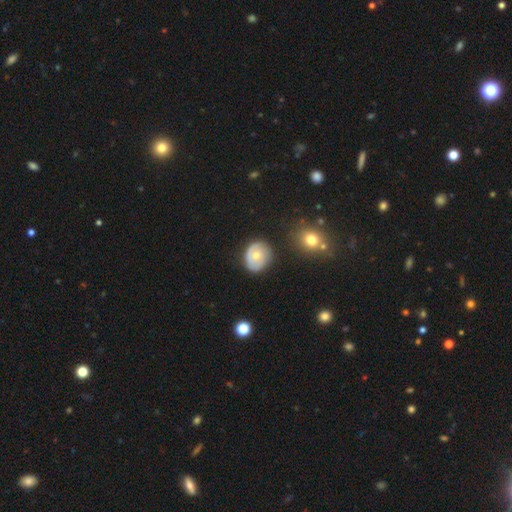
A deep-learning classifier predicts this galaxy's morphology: This appears to be a smooth galaxy with no disk features (49%). Merging: none (73%).